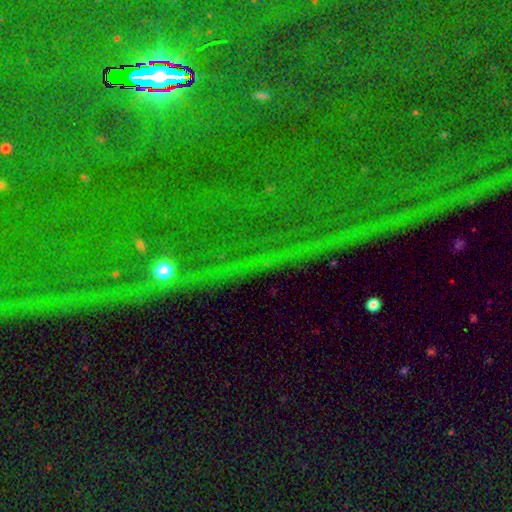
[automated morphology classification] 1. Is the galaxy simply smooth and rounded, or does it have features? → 83% star or artifact, 10% featured or disk, 8% smooth.